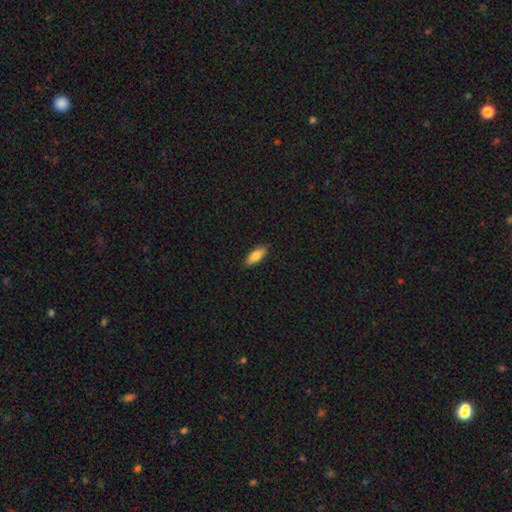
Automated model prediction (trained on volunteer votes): Q: Smooth or featured?
A: smooth (84%); runner-up: featured or disk (10%)
Q: How rounded?
A: in between (80%); runner-up: cigar-shaped (18%)
Q: Merging?
A: none (89%); runner-up: minor disturbance (9%)